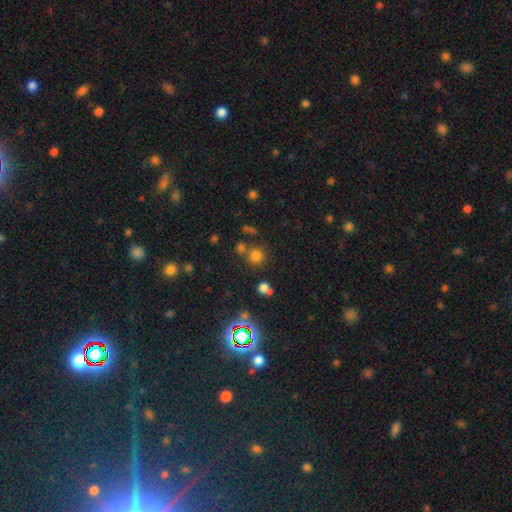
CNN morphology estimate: smooth-or-featured: smooth: 72% | star or artifact: 21% | featured or disk: 7%
  how-rounded: round: 89% | in between: 9% | cigar-shaped: 1%
  merging: none: 71% | merger: 16% | minor disturbance: 9% | major disturbance: 4%